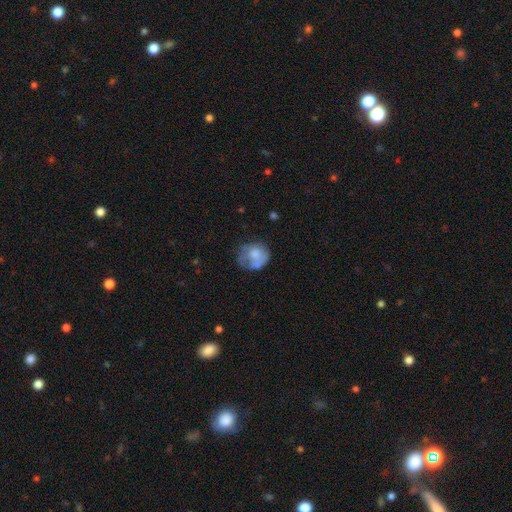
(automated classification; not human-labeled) The model was most divided on "merging": none: 47%, minor disturbance: 29%, major disturbance: 19%, merger: 5%. More confident: how rounded — round (72%); smooth or featured — smooth (59%).